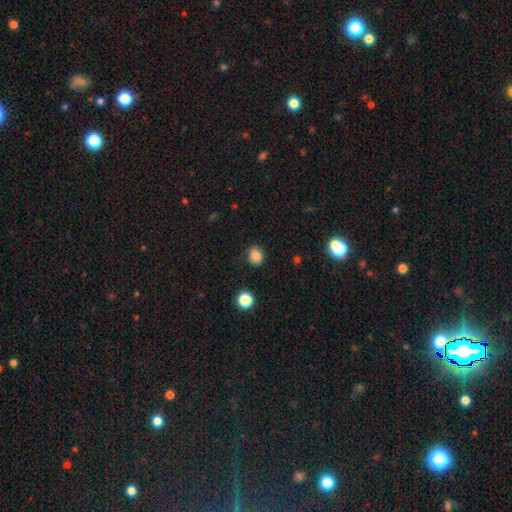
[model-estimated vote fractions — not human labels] Overall: smooth (83%). How rounded: round (61%; in between 38%). Merging: none (83%).